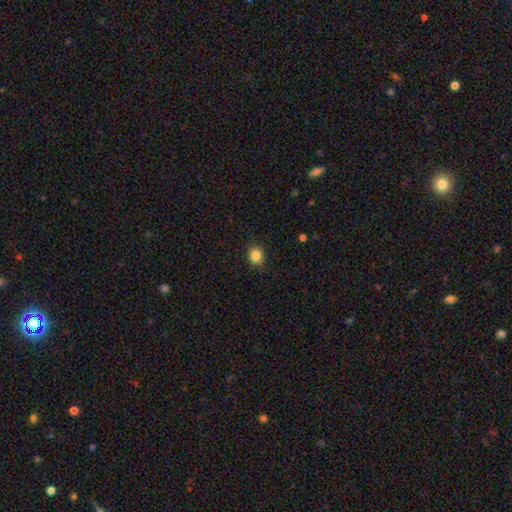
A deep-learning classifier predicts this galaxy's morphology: type=smooth (84%); roundness=round (72%); merging=none (84%).